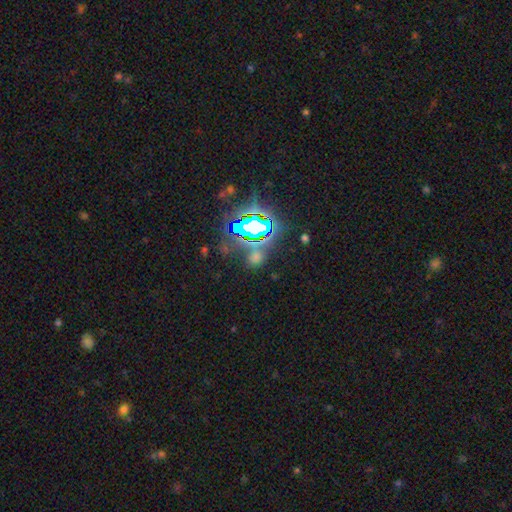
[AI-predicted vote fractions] Smooth or featured: star or artifact — 65% (smooth — 27%)